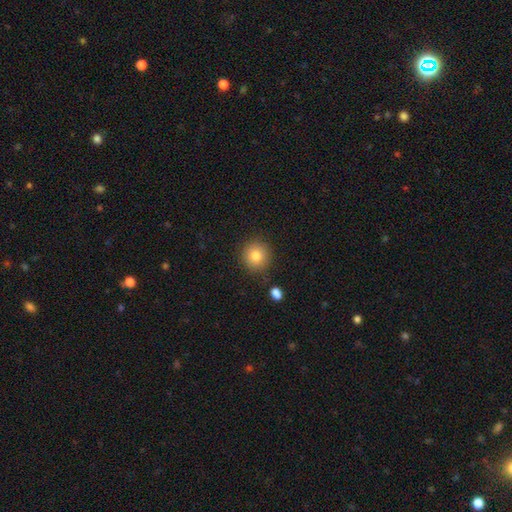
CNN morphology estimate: Smooth or featured?
  - smooth: 82% *
  - star or artifact: 10%
  - featured or disk: 8%
How rounded?
  - round: 91% *
  - in between: 8%
  - cigar-shaped: 1%
Merging?
  - none: 85% *
  - minor disturbance: 9%
  - merger: 3%
  - major disturbance: 3%